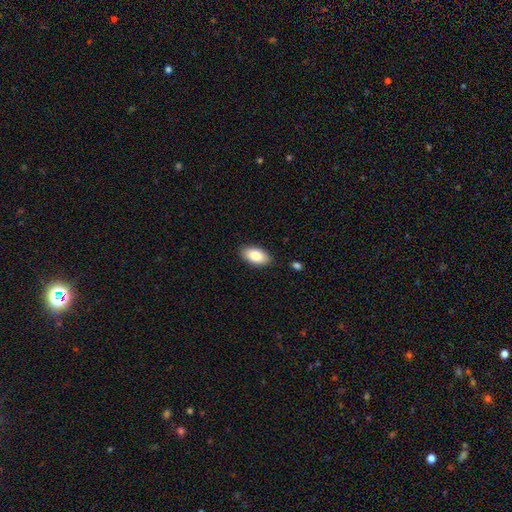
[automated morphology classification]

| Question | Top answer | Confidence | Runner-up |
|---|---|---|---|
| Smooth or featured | smooth | 86% | featured or disk (7%) |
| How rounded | in between | 94% | round (3%) |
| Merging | none | 87% | minor disturbance (9%) |